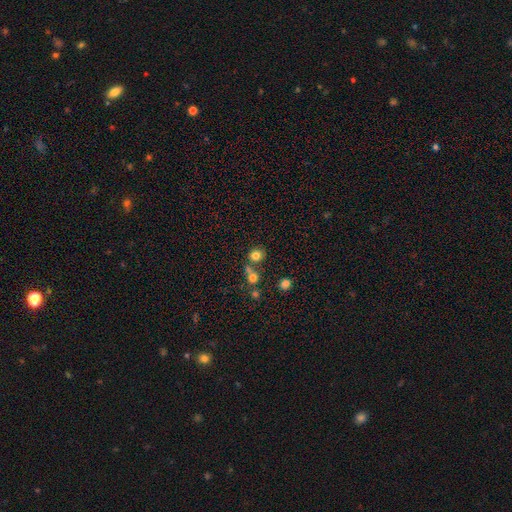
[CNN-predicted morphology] smooth_or_featured: smooth (p=0.78) [alt: star or artifact p=0.14]
how_rounded: round (p=0.79) [alt: in between p=0.20]
merging: none (p=0.61) [alt: merger p=0.27]